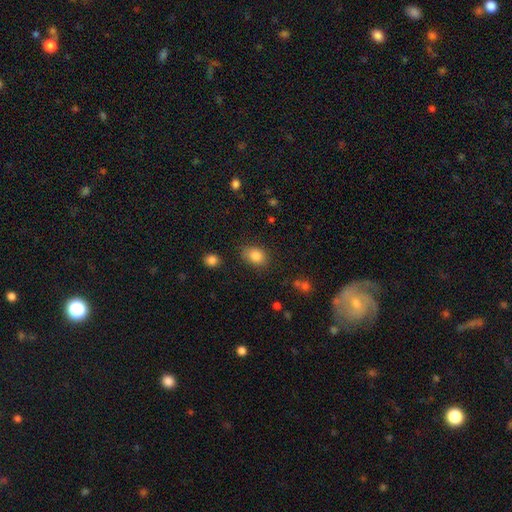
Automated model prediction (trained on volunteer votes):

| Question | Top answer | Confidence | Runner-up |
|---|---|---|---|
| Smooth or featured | smooth | 85% | star or artifact (9%) |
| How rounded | in between | 67% | round (32%) |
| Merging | none | 75% | minor disturbance (18%) |